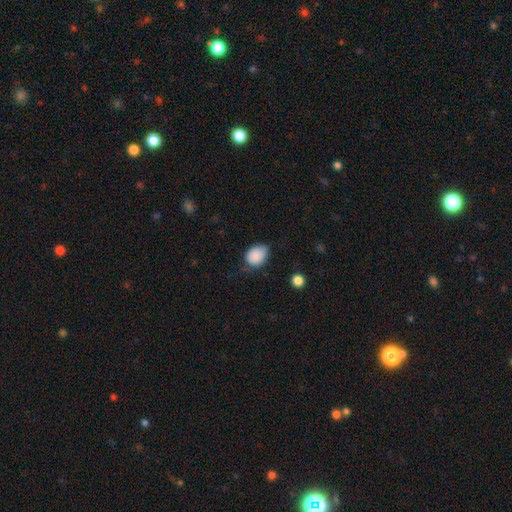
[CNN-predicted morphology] Smooth or featured: smooth — 86% (star or artifact — 8%)
How rounded: in between — 66% (round — 33%)
Merging: none — 51% (minor disturbance — 37%)